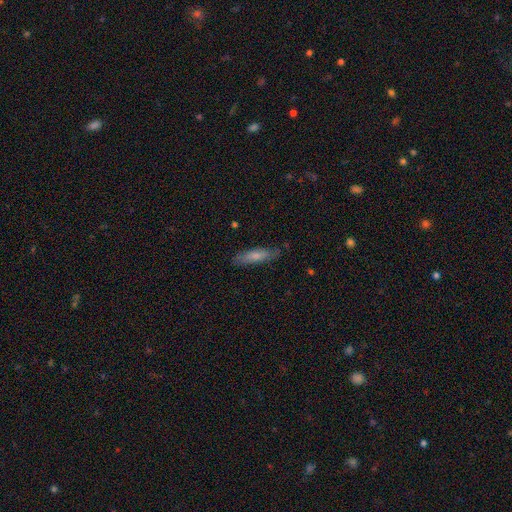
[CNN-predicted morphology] This appears to be a smooth galaxy with no disk features (68%) that is cigar-shaped (67%). Merging: none (78%).